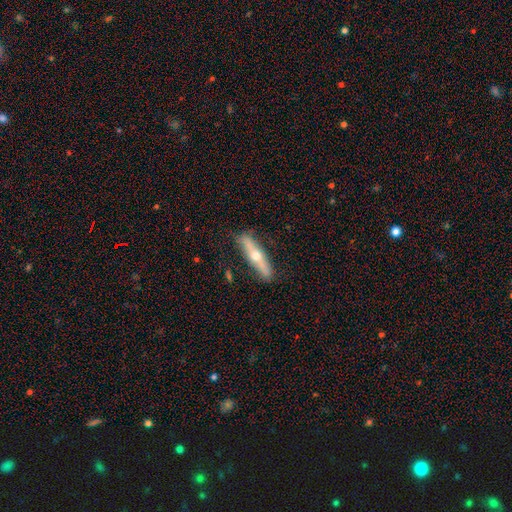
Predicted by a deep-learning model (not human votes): Smooth or featured?
  - featured or disk: 58% *
  - smooth: 35%
  - star or artifact: 6%
Edge-on disk?
  - yes: 86% *
  - no: 14%
Edge-on bulge?
  - rounded: 92% *
  - none: 6%
  - boxy: 2%
Merging?
  - none: 86% *
  - minor disturbance: 11%
  - major disturbance: 2%
  - merger: 1%